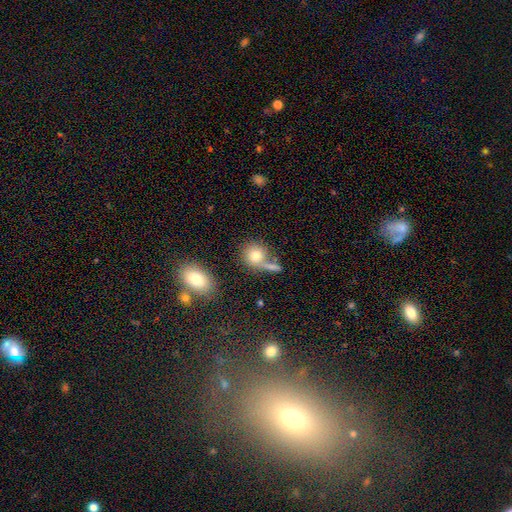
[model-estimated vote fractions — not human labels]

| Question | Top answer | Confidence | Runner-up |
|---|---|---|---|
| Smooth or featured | smooth | 77% | featured or disk (13%) |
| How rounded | round | 79% | in between (19%) |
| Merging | none | 52% | merger (28%) |